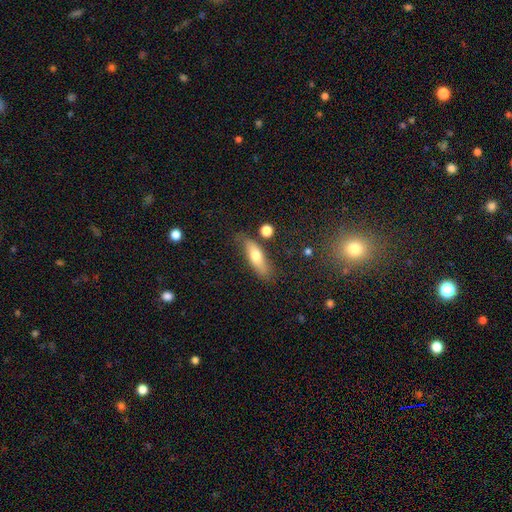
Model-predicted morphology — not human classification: smooth 65%, featured or disk 28%, star or artifact 7%. Down the decision tree: how rounded — in between (52%); merging — none (72%).